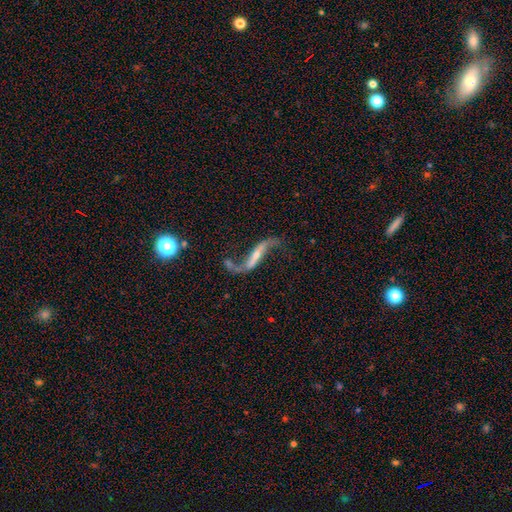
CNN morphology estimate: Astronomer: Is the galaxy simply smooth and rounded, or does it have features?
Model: featured or disk — 86%.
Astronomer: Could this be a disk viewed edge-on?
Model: no — 85%.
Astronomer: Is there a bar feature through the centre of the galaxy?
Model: strong — 50% (runner-up: weak, 27%).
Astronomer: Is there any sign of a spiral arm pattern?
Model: yes — 92%.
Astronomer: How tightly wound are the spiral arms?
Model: loose — 94%.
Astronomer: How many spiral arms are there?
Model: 2 — 90%.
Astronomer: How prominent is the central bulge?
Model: small — 57%.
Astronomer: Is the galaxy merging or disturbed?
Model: none — 55%.